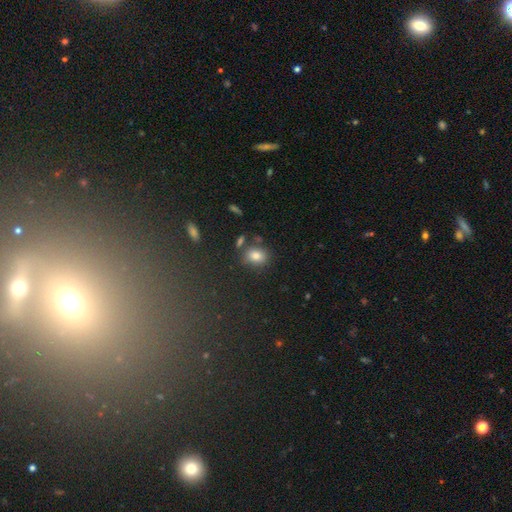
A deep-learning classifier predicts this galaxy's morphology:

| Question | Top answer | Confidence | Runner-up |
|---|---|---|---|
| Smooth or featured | smooth | 80% | star or artifact (11%) |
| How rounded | in between | 56% | round (42%) |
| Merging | none | 72% | minor disturbance (14%) |